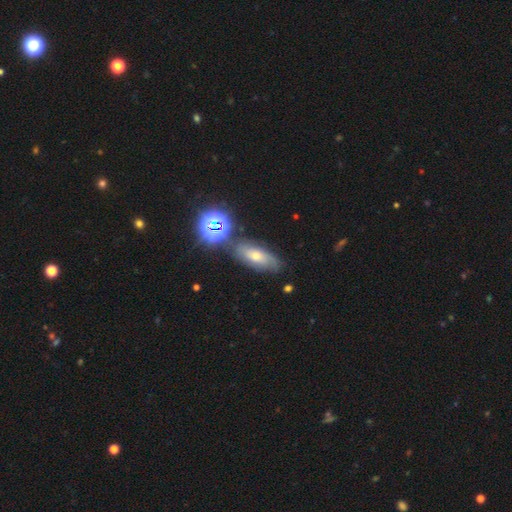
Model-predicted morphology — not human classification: Smooth or featured? smooth (38%)
Merging? none (72%)